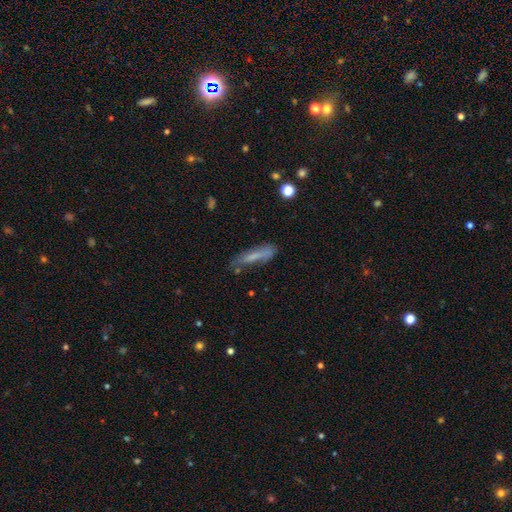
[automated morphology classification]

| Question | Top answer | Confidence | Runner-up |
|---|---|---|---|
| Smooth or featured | smooth | 59% | featured or disk (32%) |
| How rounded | cigar-shaped | 80% | in between (18%) |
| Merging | none | 60% | minor disturbance (26%) |